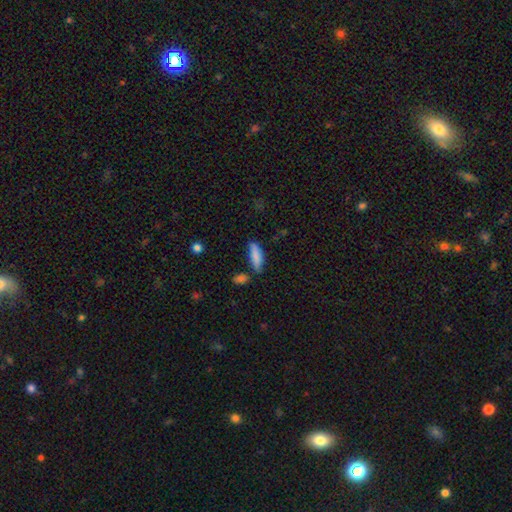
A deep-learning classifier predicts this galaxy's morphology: smooth 84%, featured or disk 9%, star or artifact 7%. Down the decision tree: how rounded — cigar-shaped (50%); merging — none (65%).